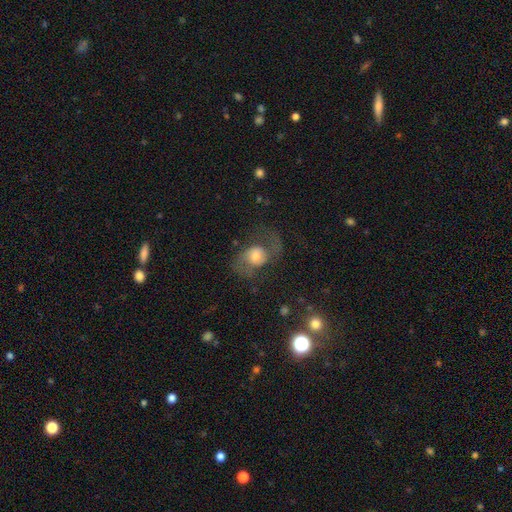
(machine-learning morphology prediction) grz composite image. It shows a featured or disk galaxy (64%) with no bar (62%), 2 (85%) loose (46%) spiral arms (86%) and a moderate central bulge (53%). Merging: none (57%).